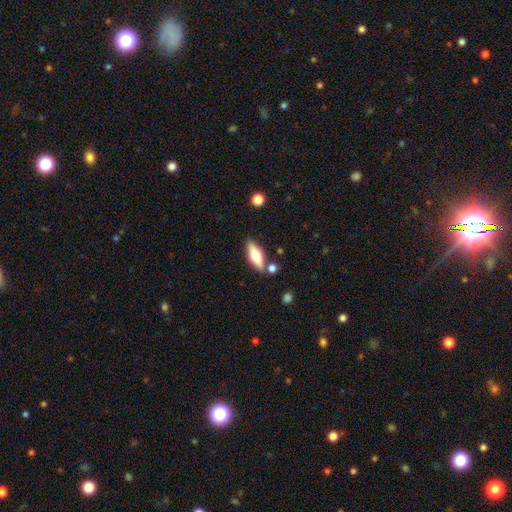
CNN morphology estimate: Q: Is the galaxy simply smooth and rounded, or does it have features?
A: smooth — 55%.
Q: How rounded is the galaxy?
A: in between — 58%.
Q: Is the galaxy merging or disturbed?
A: none — 78%.